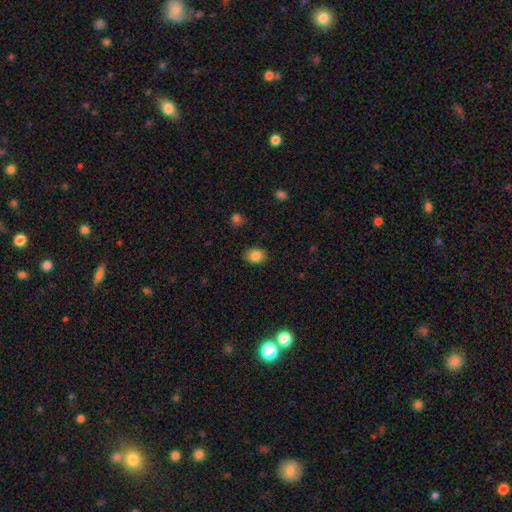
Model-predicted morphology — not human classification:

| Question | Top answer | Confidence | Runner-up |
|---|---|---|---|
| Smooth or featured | smooth | 85% | star or artifact (9%) |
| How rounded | in between | 65% | round (34%) |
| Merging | none | 86% | minor disturbance (10%) |